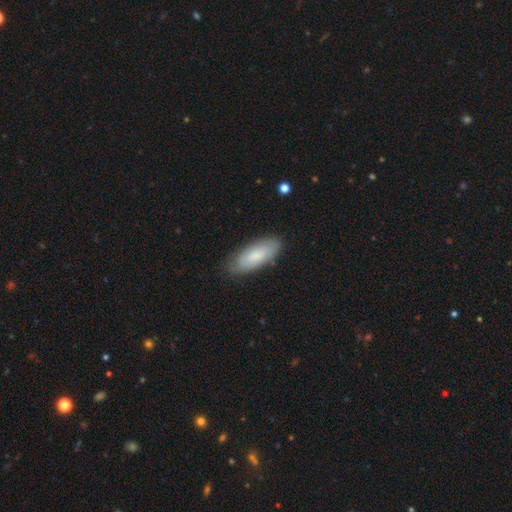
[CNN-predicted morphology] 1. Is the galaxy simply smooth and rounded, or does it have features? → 74% smooth, 21% featured or disk, 6% star or artifact.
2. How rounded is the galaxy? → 77% in between, 21% cigar-shaped, 2% round.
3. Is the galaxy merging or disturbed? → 78% none, 17% minor disturbance, 3% major disturbance, 1% merger.